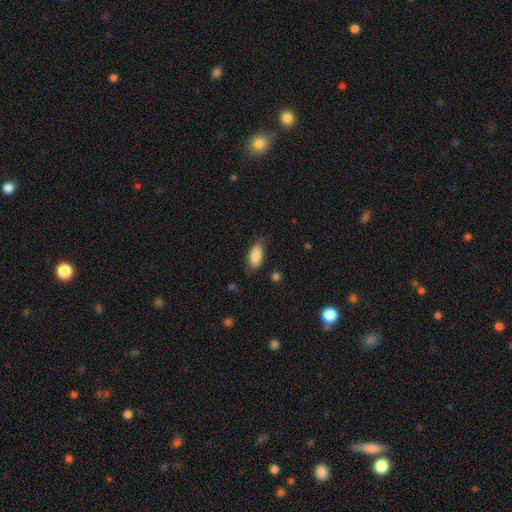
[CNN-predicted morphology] This is clearly a smooth galaxy (84%). How rounded: clearly in between (89%). Merging: likely none (68%).